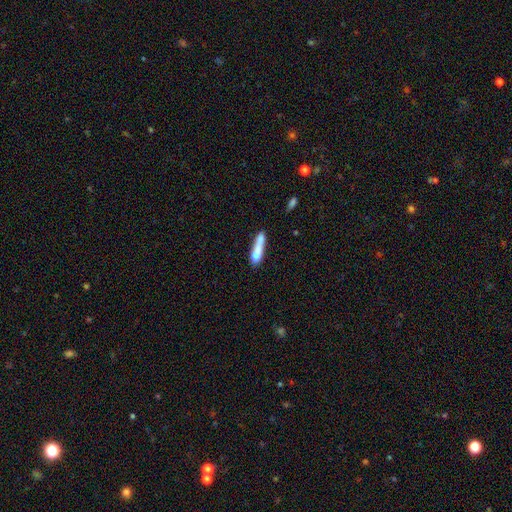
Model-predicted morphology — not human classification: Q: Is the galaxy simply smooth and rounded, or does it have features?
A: smooth — 59%.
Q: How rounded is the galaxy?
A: cigar-shaped — 68%.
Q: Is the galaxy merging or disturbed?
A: none — 64%.